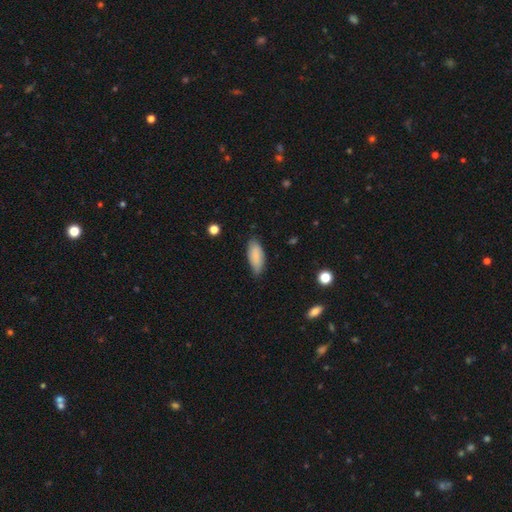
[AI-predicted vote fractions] Smooth or featured: smooth — 85% (featured or disk — 8%)
How rounded: in between — 82% (cigar-shaped — 16%)
Merging: none — 70% (minor disturbance — 25%)